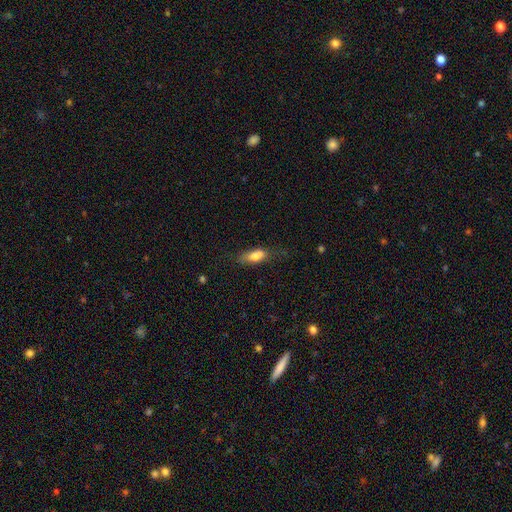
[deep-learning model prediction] Overall: smooth (77%). How rounded: in between (72%). Merging: none (57%; minor disturbance 27%).